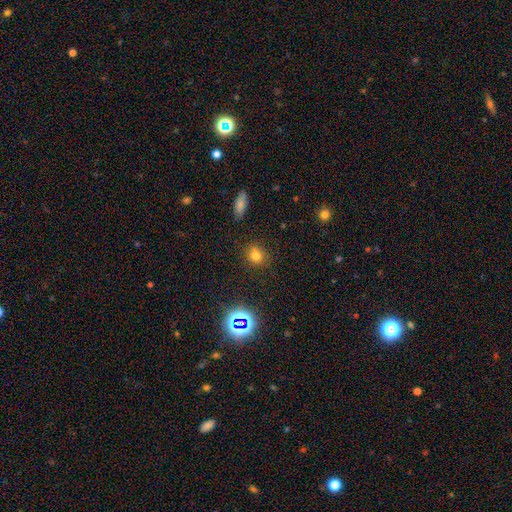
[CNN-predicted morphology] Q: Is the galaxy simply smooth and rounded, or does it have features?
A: smooth — 72%.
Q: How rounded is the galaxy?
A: round — 75%.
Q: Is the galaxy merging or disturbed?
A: none — 83%.